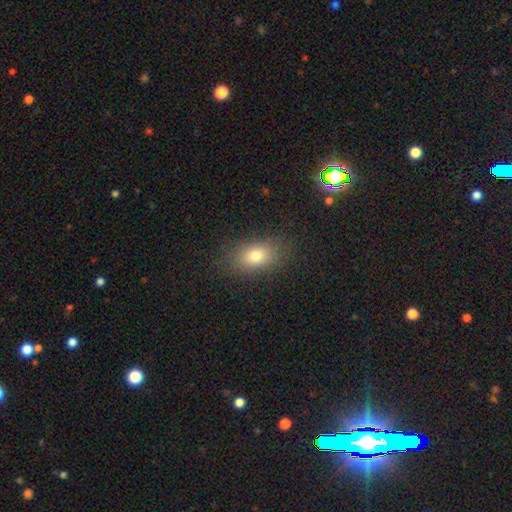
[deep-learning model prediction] This is likely a smooth galaxy (78%). How rounded: clearly in between (81%). Merging: clearly none (85%).